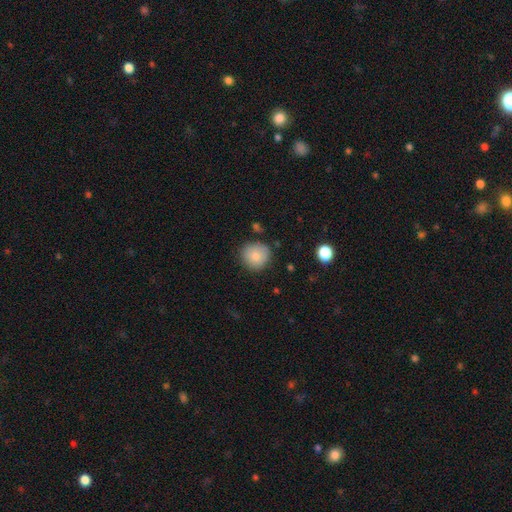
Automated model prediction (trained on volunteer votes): Morphology: type=smooth (81%); roundness=round (90%); merging=none (81%).